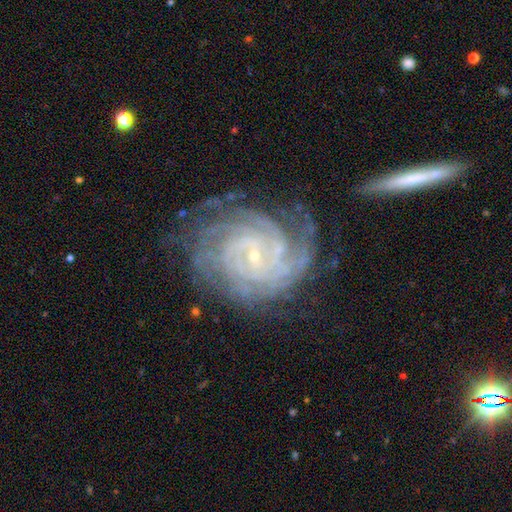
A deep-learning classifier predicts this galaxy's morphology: Smooth or featured? Predicted: featured or disk (p=0.89). Edge-on disk? Predicted: no (p=0.97). Bar? Predicted: no (p=0.58). Spiral arms? Predicted: yes (p=0.98). Spiral winding? Predicted: tight (p=0.79). Spiral arm count? Predicted: 4 (p=0.26). Bulge size? Predicted: small (p=0.87). Merging? Predicted: none (p=0.67).